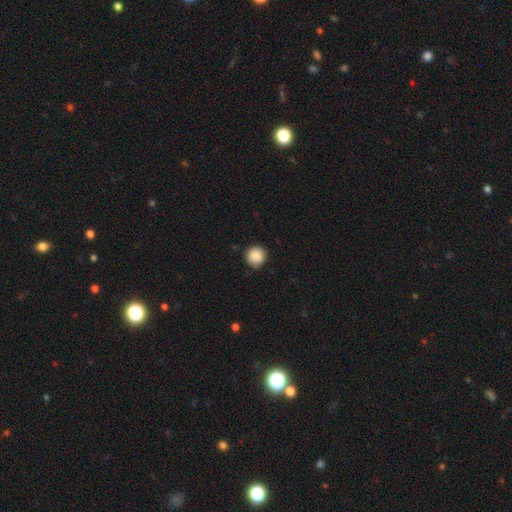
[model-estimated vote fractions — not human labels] Smooth or featured: smooth — 89% (star or artifact — 8%)
How rounded: round — 93% (in between — 6%)
Merging: none — 83% (minor disturbance — 14%)